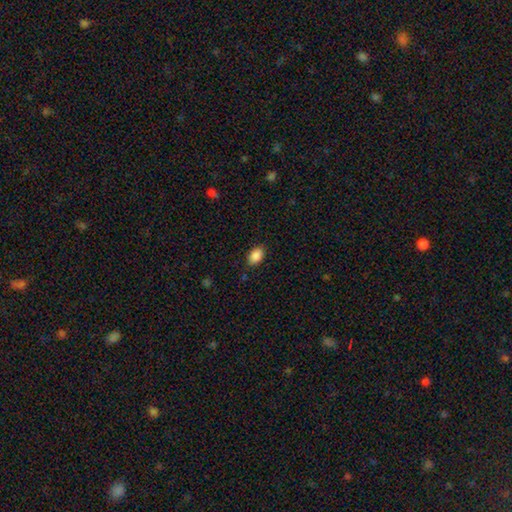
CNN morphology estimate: smooth-or-featured: smooth: 89% | star or artifact: 8% | featured or disk: 3%
  how-rounded: in between: 87% | round: 12% | cigar-shaped: 1%
  merging: none: 85% | minor disturbance: 11% | major disturbance: 3% | merger: 1%